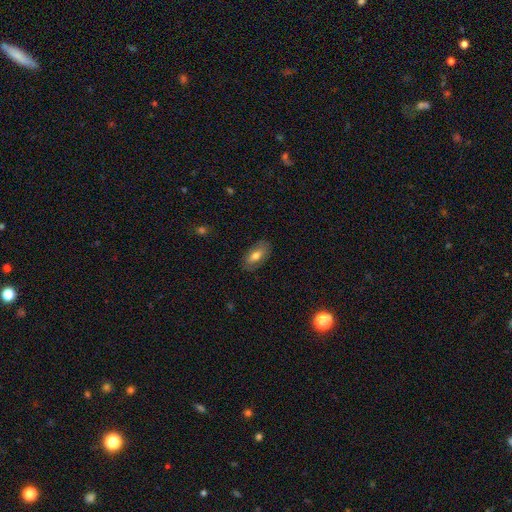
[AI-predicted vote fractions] Morphology: type=smooth (68%); roundness=in between (87%); merging=none (82%).